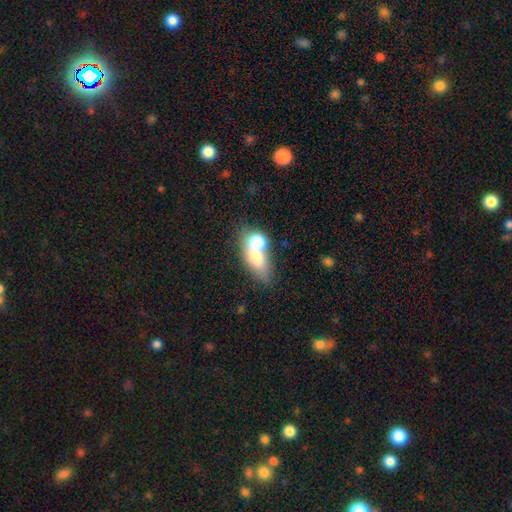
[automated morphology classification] Smooth or featured: smooth — 66% (featured or disk — 24%)
How rounded: in between — 74% (round — 17%)
Merging: merger — 61% (none — 23%)